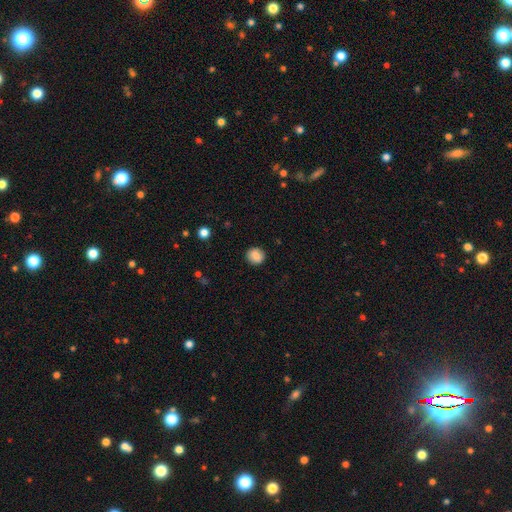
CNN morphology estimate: A smooth galaxy with no disk features (86%) that is round (87%). Merging: none (89%).